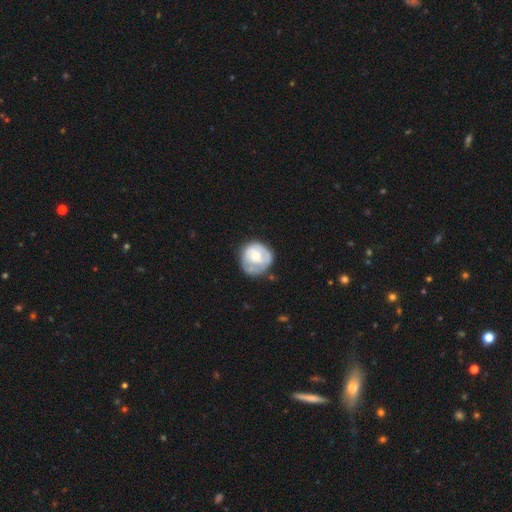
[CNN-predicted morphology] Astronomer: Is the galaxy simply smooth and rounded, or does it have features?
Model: featured or disk — 49% (runner-up: smooth, 45%).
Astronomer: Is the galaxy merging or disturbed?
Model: none — 59%.